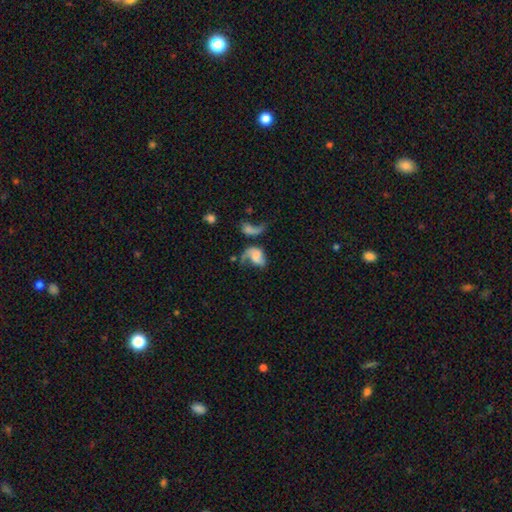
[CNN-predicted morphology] Smooth or featured? Predicted: featured or disk (p=0.54). Edge-on disk? Predicted: no (p=0.97). Bar? Predicted: no (p=0.71). Spiral arms? Predicted: yes (p=0.71). Bulge size? Predicted: none (p=0.39). Merging? Predicted: major disturbance (p=0.41).